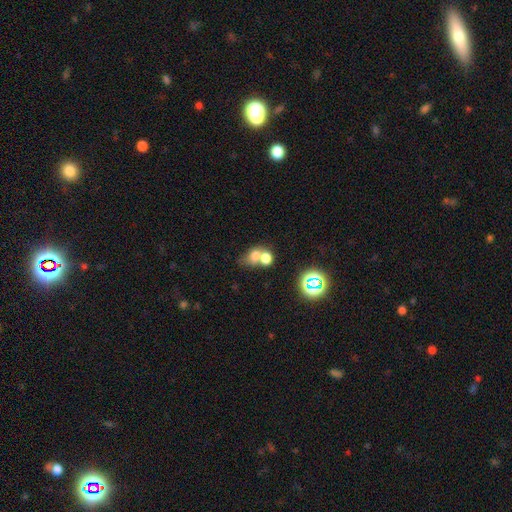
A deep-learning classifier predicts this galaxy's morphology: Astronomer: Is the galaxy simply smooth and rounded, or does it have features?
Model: smooth — 68%.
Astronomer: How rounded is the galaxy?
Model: in between — 55% (runner-up: round, 44%).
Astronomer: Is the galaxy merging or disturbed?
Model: merger — 60%.